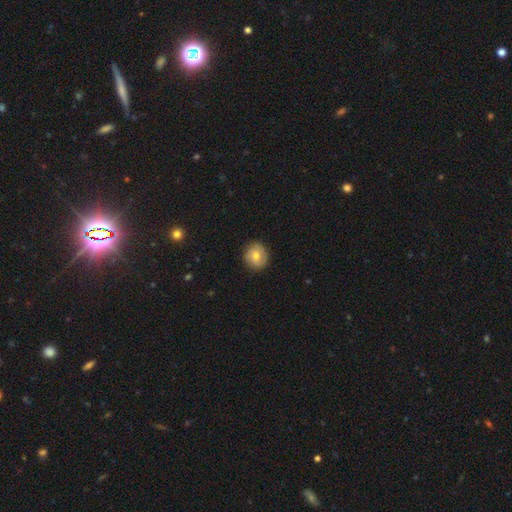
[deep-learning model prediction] smooth_or_featured: smooth (p=0.71) [alt: featured or disk p=0.21]
how_rounded: round (p=0.85) [alt: in between p=0.14]
merging: none (p=0.87) [alt: minor disturbance p=0.10]